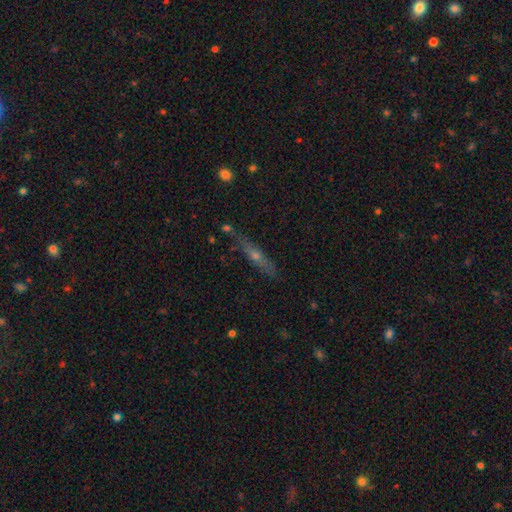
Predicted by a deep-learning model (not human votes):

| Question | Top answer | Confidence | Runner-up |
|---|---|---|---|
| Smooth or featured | featured or disk | 57% | smooth (34%) |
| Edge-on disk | yes | 87% | no (13%) |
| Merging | none | 75% | minor disturbance (17%) |